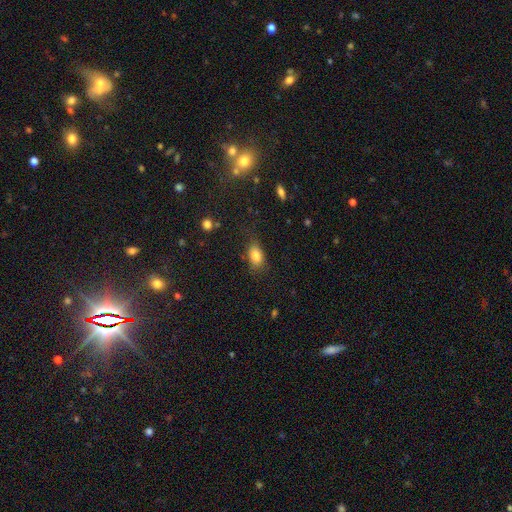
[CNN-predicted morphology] Overall: smooth (82%). How rounded: in between (84%). Merging: none (74%).